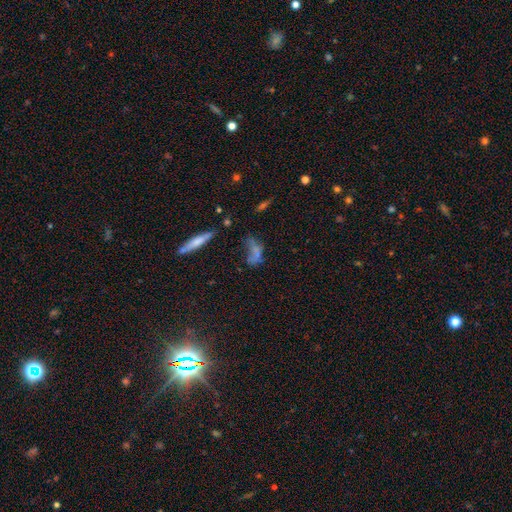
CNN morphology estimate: smooth-or-featured: smooth: 45% | featured or disk: 28% | star or artifact: 27%
  merging: none: 40% | major disturbance: 23% | minor disturbance: 20% | merger: 16%